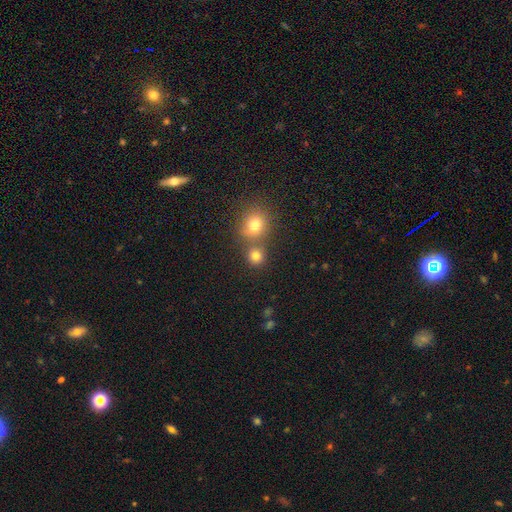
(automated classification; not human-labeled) smooth 79%, star or artifact 15%, featured or disk 7%. Down the decision tree: how rounded — round (87%); merging — none (65%).